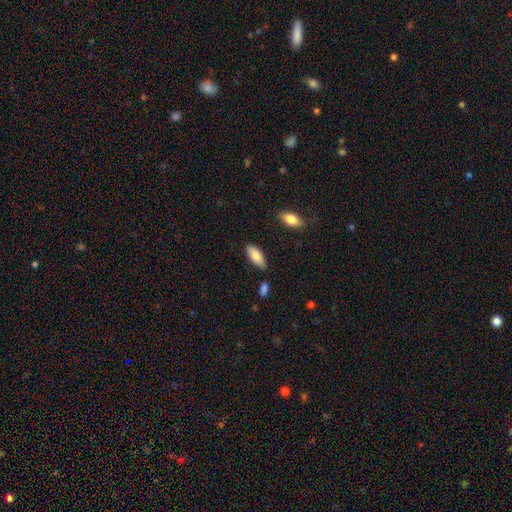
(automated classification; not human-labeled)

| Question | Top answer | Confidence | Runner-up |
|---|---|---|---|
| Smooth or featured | smooth | 84% | featured or disk (10%) |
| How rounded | in between | 84% | cigar-shaped (15%) |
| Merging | none | 80% | minor disturbance (13%) |